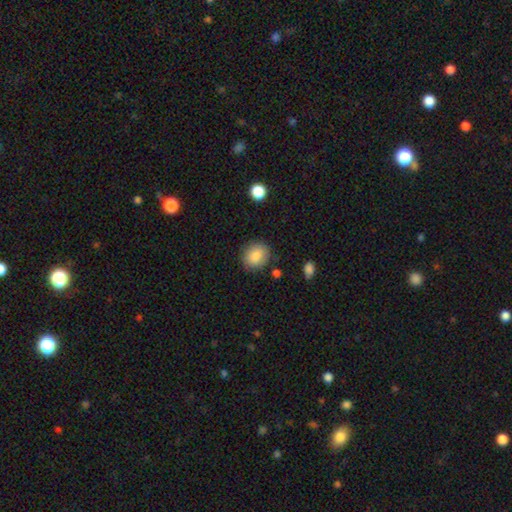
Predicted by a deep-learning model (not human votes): Smooth or featured: smooth — 86% (star or artifact — 8%)
How rounded: round — 65% (in between — 34%)
Merging: none — 83% (minor disturbance — 11%)